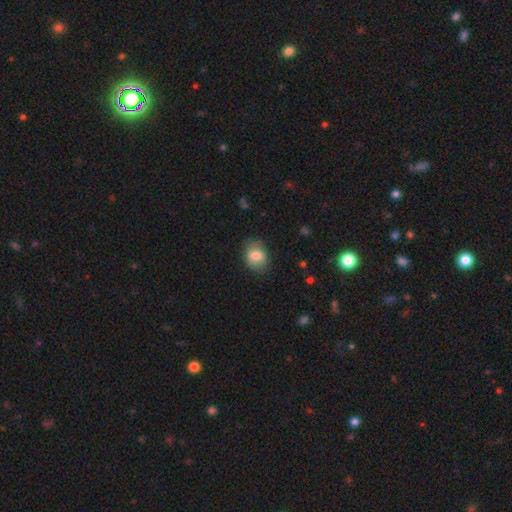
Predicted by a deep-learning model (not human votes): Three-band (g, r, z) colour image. It shows a smooth galaxy with no disk features (78%) that is in between round and cigar-shaped (66%). Merging: none (77%).